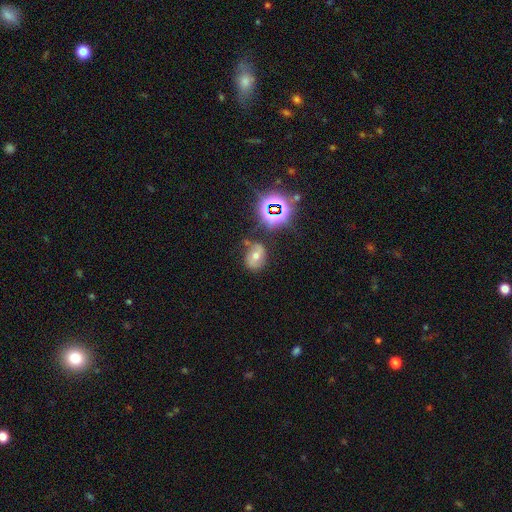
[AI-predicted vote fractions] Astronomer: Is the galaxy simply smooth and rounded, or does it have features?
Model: smooth — 42% (runner-up: featured or disk, 34%).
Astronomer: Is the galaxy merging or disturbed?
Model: none — 65%.